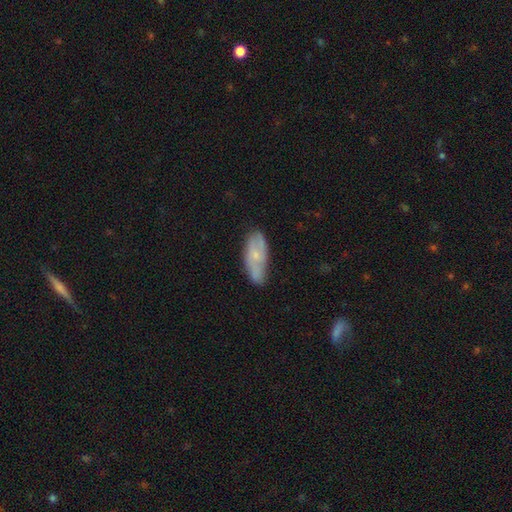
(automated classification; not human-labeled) Smooth or featured? Predicted: smooth (p=0.48). Merging? Predicted: none (p=0.67).